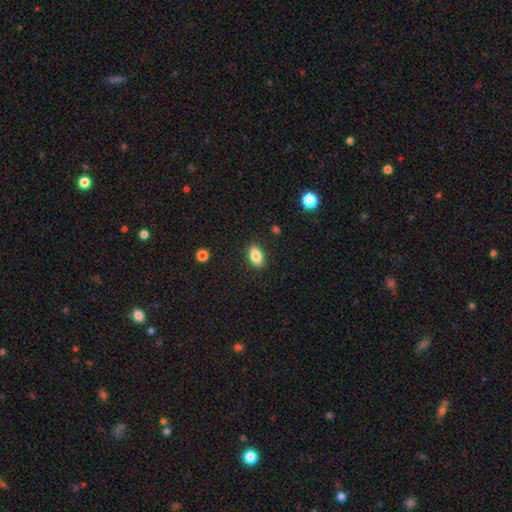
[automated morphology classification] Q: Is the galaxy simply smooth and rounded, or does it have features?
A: smooth — 84%.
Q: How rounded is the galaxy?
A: in between — 87%.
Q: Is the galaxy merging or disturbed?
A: none — 87%.